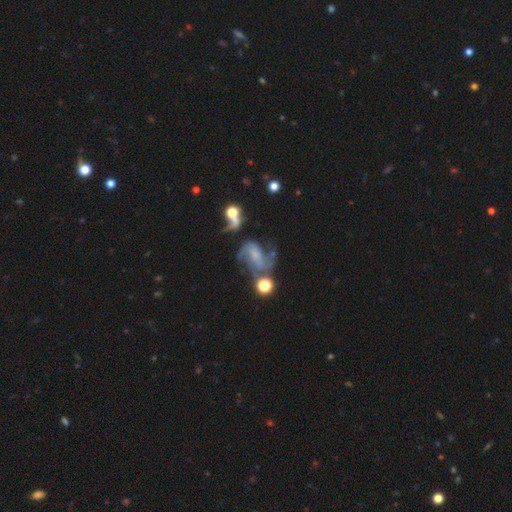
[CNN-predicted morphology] smooth_or_featured: featured or disk (p=0.77) [alt: smooth p=0.12]
disk_edge_on: no (p=0.97) [alt: yes p=0.03]
bar: no (p=0.42) [alt: weak p=0.40]
has_spiral_arms: yes (p=0.90) [alt: no p=0.10]
spiral_winding: loose (p=0.50) [alt: medium p=0.38]
spiral_arm_count: 2 (p=0.64) [alt: 3 p=0.12]
bulge_size: none (p=0.36) [alt: small p=0.35]
merging: none (p=0.39) [alt: major disturbance p=0.25]